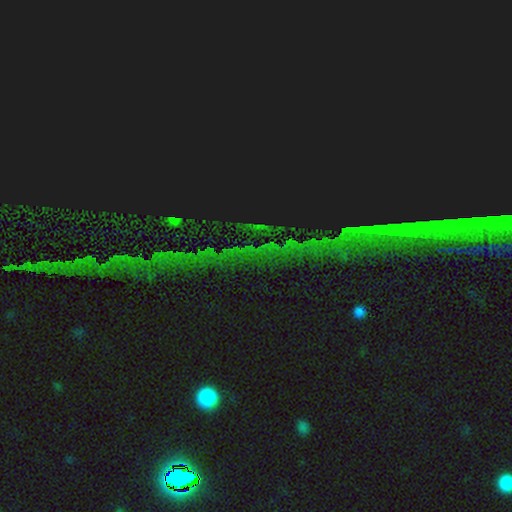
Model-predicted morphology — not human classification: smooth-or-featured: star or artifact: 83% | smooth: 9% | featured or disk: 9%